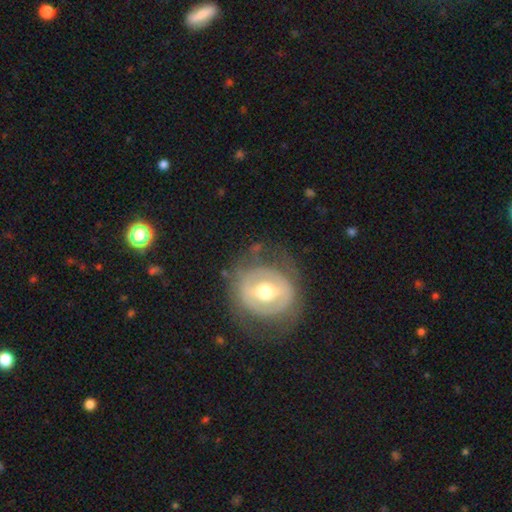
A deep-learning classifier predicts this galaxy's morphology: smooth_or_featured: featured or disk (p=0.63) [alt: smooth p=0.30]
disk_edge_on: no (p=0.95) [alt: yes p=0.05]
bar: no (p=0.38) [alt: weak p=0.36]
has_spiral_arms: no (p=0.67) [alt: yes p=0.33]
bulge_size: moderate (p=0.74) [alt: small p=0.12]
merging: none (p=0.73) [alt: minor disturbance p=0.16]